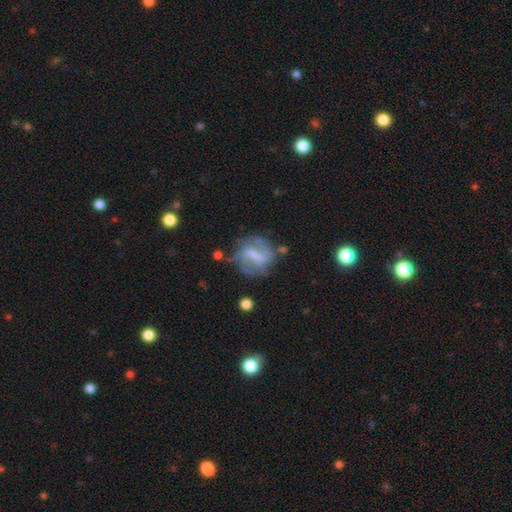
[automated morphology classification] A featured or disk galaxy (59%) with a weak bar (46%), spiral arms (66%) and no central bulge (33%).

Vote fractions:
- Smooth or featured? featured or disk: 59% / smooth: 32% / star or artifact: 9%
- Edge-on disk? no: 95% / yes: 5%
- Bar? weak: 46% / strong: 37% / no: 17%
- Spiral arms? yes: 66% / no: 34%
- Bulge size? none: 33% / small: 31% / moderate: 29% / large: 5% / dominant: 1%
- Merging? none: 59% / minor disturbance: 22% / major disturbance: 14% / merger: 6%